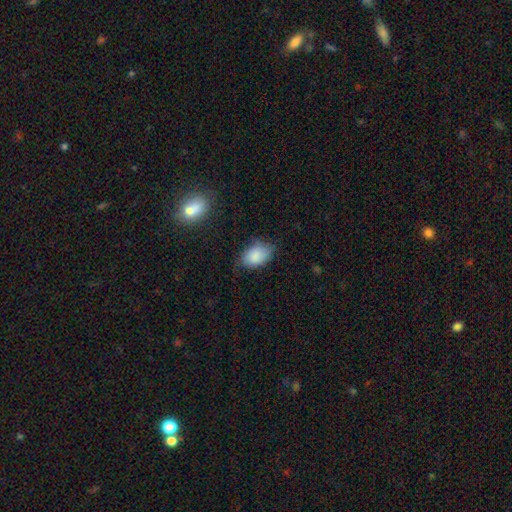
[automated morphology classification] Q: Smooth or featured?
A: smooth (85%); runner-up: featured or disk (8%)
Q: How rounded?
A: in between (88%); runner-up: round (11%)
Q: Merging?
A: none (65%); runner-up: minor disturbance (27%)